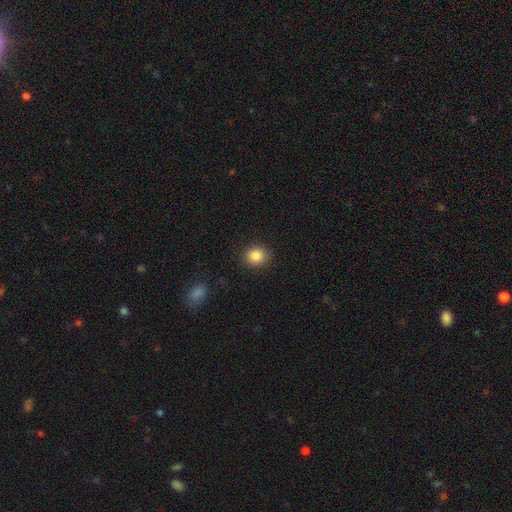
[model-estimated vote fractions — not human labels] Smooth or featured? smooth (86%)
How rounded? round (76%)
Merging? none (89%)